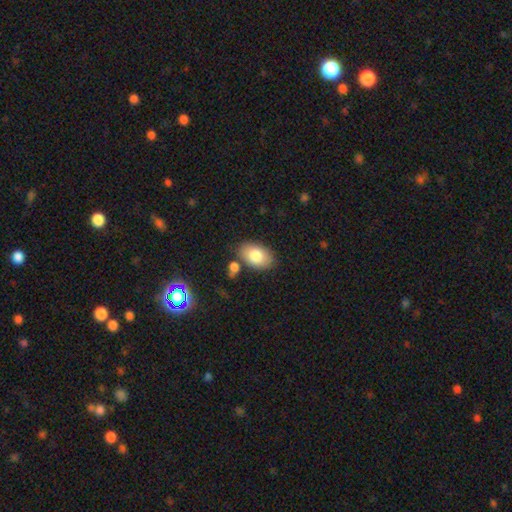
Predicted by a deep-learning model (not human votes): This appears to be a smooth galaxy with no disk features (80%) that is in between round and cigar-shaped (90%). Merging: none (77%).